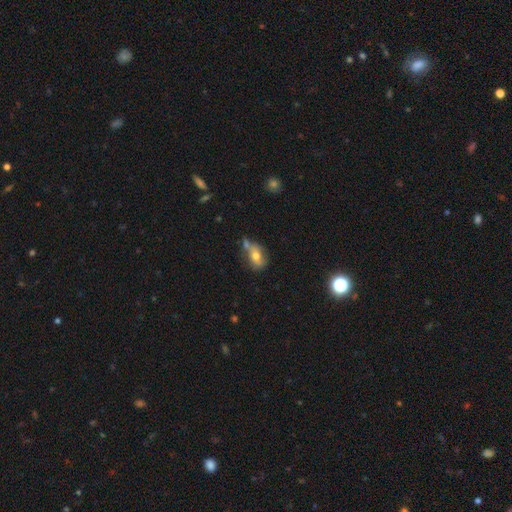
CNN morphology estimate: Smooth or featured: smooth — 64% (featured or disk — 27%)
How rounded: in between — 79% (round — 16%)
Merging: none — 48% (merger — 23%)